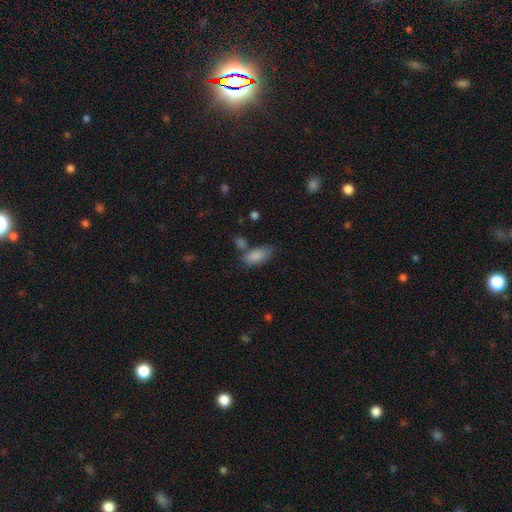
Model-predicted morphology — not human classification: smooth 86%, star or artifact 7%, featured or disk 7%. Down the decision tree: how rounded — in between (88%); merging — none (57%).